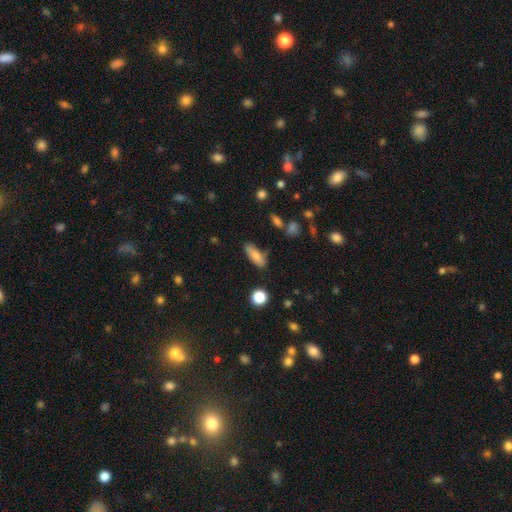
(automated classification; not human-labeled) Overall: smooth (77%). How rounded: in between (64%; cigar-shaped 33%). Merging: none (73%).